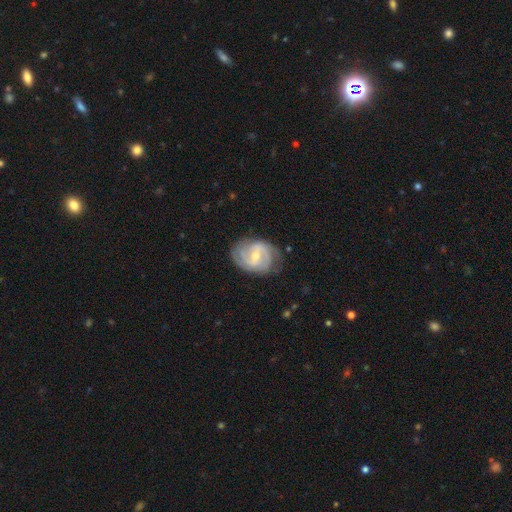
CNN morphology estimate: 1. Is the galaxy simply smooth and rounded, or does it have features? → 79% featured or disk, 16% smooth, 5% star or artifact.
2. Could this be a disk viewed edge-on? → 98% no, 2% yes.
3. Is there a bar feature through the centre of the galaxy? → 58% weak, 22% no, 19% strong.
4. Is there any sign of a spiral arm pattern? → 92% yes, 8% no.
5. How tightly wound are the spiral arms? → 44% tight, 42% medium, 14% loose.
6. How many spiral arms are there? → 58% 2, 20% can't tell, 13% 3, 3% 4, 3% 1, 3% more than 4.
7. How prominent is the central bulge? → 51% small, 46% moderate, 2% large, 1% none, 1% dominant.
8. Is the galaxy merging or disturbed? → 70% none, 21% minor disturbance, 7% major disturbance, 1% merger.